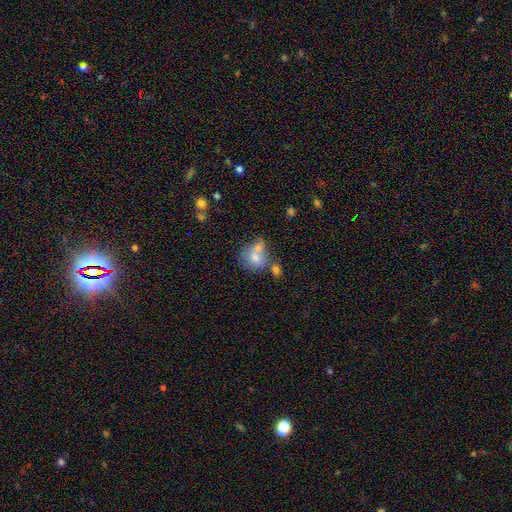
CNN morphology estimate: Smooth or featured? smooth (70%)
How rounded? round (58%)
Merging? merger (54%)